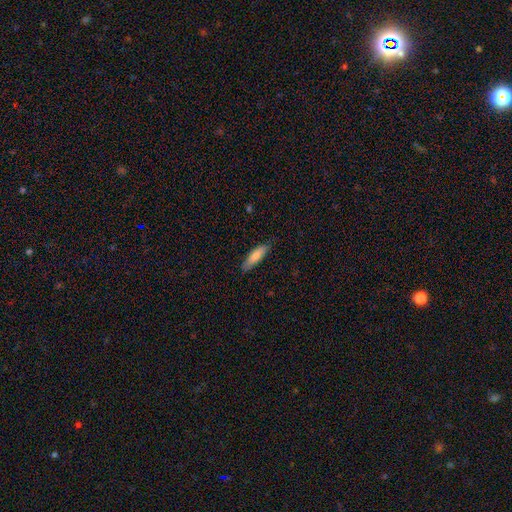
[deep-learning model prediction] smooth 78%, featured or disk 16%, star or artifact 6%. Down the decision tree: how rounded — cigar-shaped (63%); merging — none (81%).